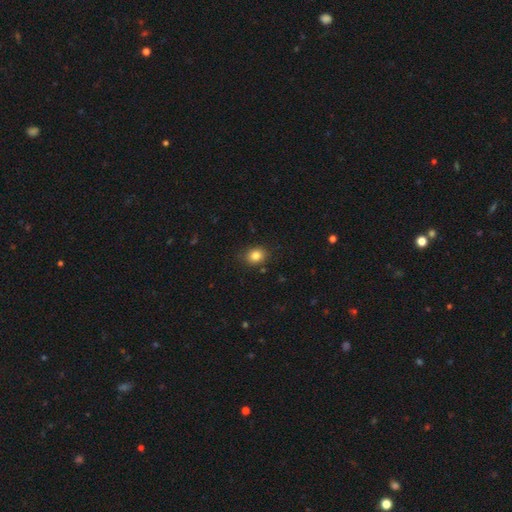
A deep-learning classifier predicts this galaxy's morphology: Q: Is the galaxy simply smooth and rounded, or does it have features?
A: smooth — 83%.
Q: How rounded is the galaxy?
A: round — 58%.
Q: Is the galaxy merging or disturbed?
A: none — 85%.